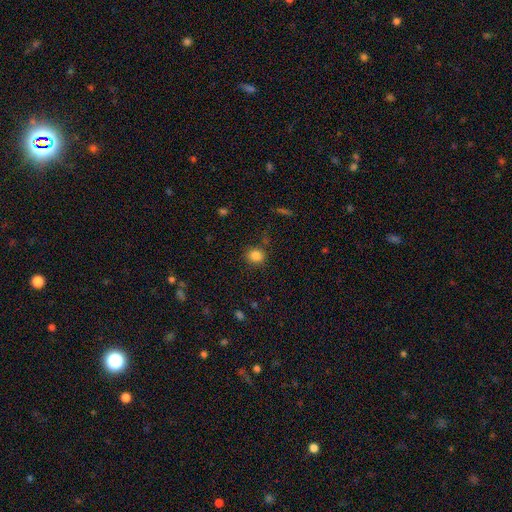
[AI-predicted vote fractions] Smooth or featured? smooth (84%)
How rounded? round (76%)
Merging? none (82%)